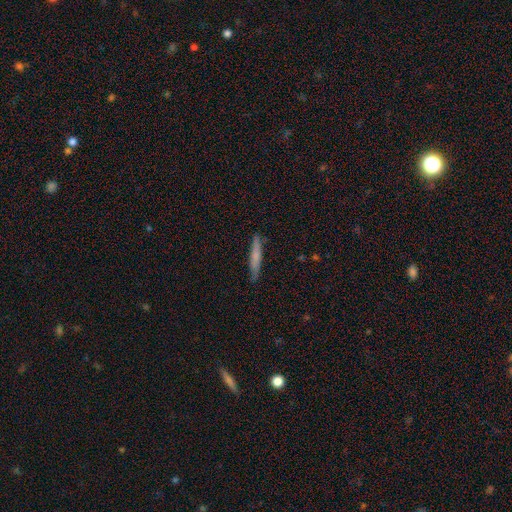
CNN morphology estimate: A smooth galaxy with no disk features (67%) that is cigar-shaped (94%).

Vote fractions:
- Smooth or featured? smooth: 67% / featured or disk: 27% / star or artifact: 6%
- How rounded? cigar-shaped: 94% / in between: 5% / round: 1%
- Merging? none: 86% / minor disturbance: 10% / major disturbance: 2% / merger: 1%